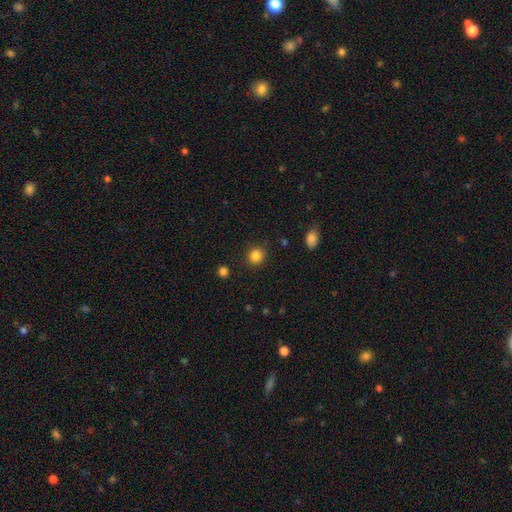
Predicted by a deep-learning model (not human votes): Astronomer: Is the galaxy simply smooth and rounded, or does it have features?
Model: smooth — 85%.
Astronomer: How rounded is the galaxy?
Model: round — 87%.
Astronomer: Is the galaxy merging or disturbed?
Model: none — 84%.